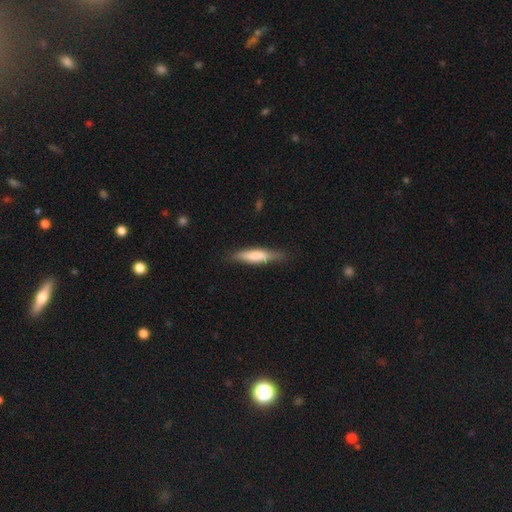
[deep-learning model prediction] Overall: smooth (71%). How rounded: cigar-shaped (74%). Merging: none (77%).